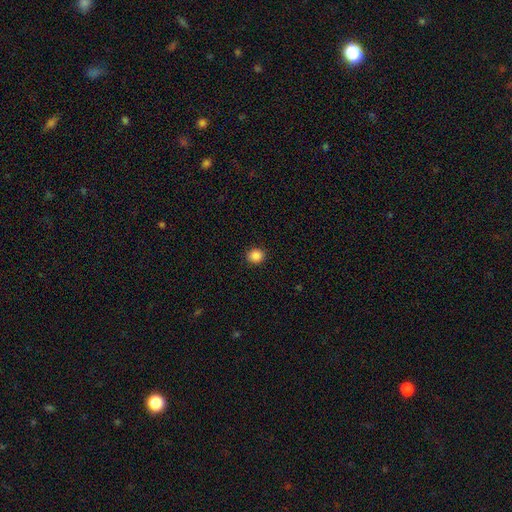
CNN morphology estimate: smooth 88%, star or artifact 10%, featured or disk 3%. Down the decision tree: how rounded — round (84%); merging — none (91%).